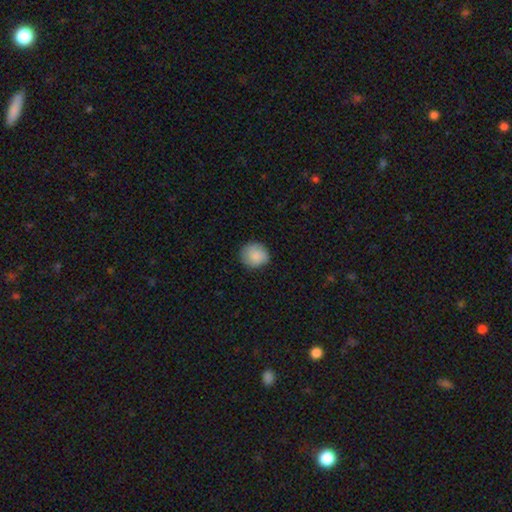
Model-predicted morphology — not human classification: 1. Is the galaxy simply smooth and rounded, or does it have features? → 88% smooth, 7% star or artifact, 4% featured or disk.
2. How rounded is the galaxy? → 84% round, 15% in between, 1% cigar-shaped.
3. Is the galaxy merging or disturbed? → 85% none, 12% minor disturbance, 2% major disturbance, 1% merger.